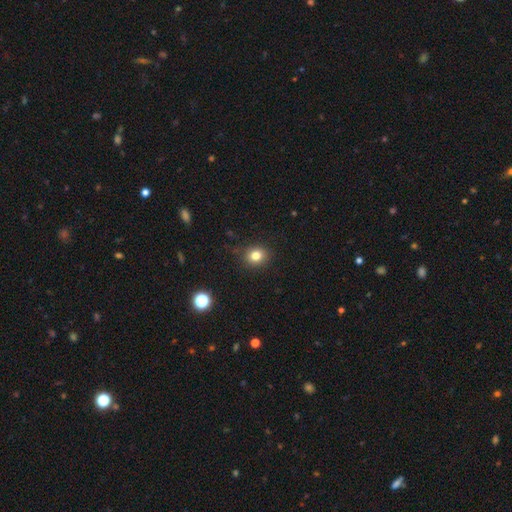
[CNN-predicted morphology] A smooth galaxy with no disk features (81%) that is round (73%). Merging: none (88%).